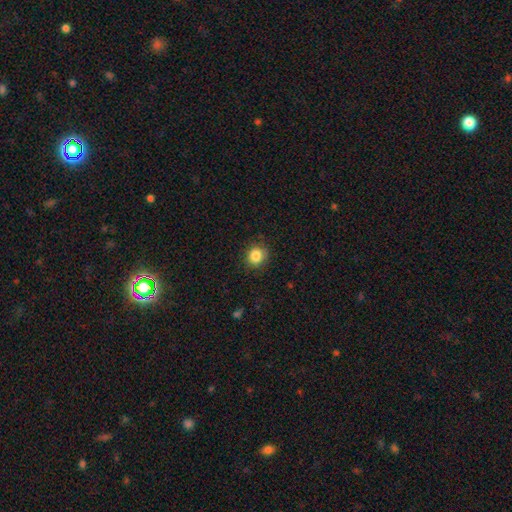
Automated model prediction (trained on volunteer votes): This appears to be a smooth galaxy with no disk features (85%) that is round (84%). Merging: none (86%).